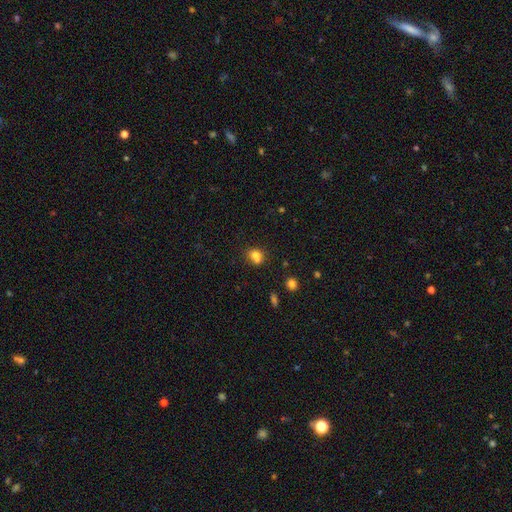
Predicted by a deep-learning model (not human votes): This is likely a smooth galaxy (76%). How rounded: possibly round (59%). Merging: possibly none (47%).